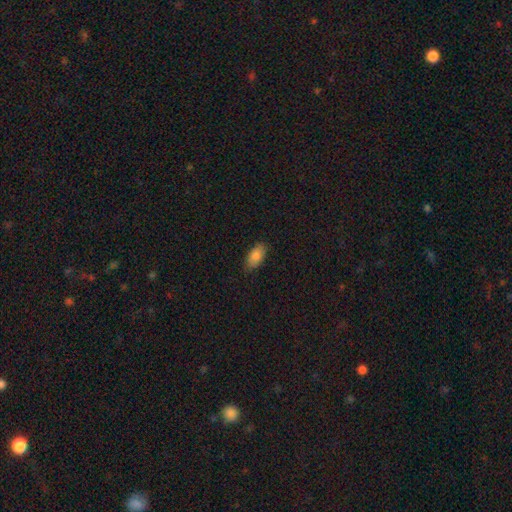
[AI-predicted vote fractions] Smooth or featured? Predicted: smooth (p=0.82). How rounded? Predicted: in between (p=0.92). Merging? Predicted: none (p=0.85).